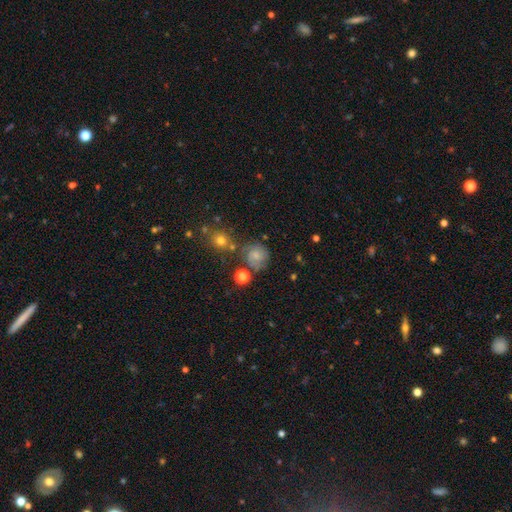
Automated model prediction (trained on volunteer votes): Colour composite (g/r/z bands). It shows a smooth galaxy with no disk features (50%). Merging: none (61%).